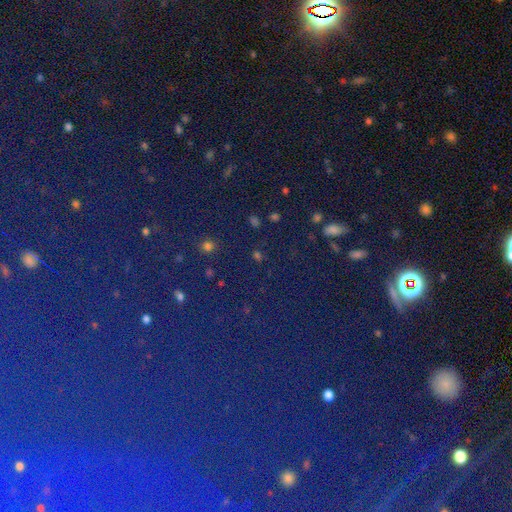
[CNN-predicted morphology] A star or artifact, not a galaxy (80%).

Vote fractions:
- Smooth or featured? star or artifact: 80% / smooth: 12% / featured or disk: 8%